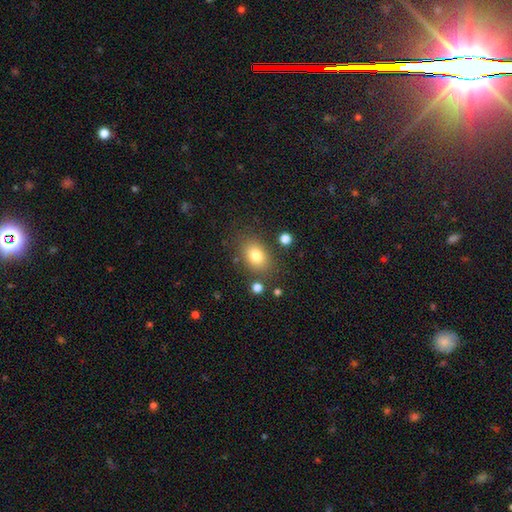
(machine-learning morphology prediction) Smooth or featured? Predicted: smooth (p=0.79). How rounded? Predicted: in between (p=0.72). Merging? Predicted: none (p=0.79).